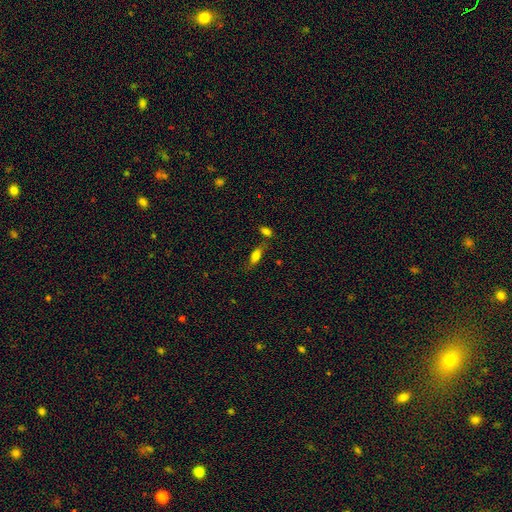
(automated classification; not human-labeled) smooth-or-featured: smooth: 72% | featured or disk: 17% | star or artifact: 11%
  how-rounded: in between: 71% | cigar-shaped: 25% | round: 4%
  merging: none: 61% | minor disturbance: 18% | merger: 14% | major disturbance: 7%